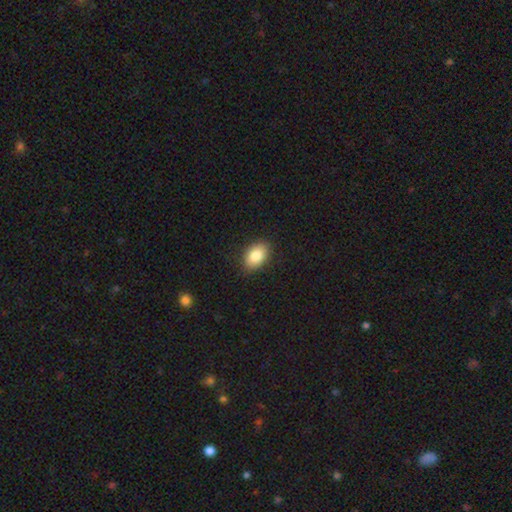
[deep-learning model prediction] Overall: smooth (85%). How rounded: in between (88%). Merging: none (87%).